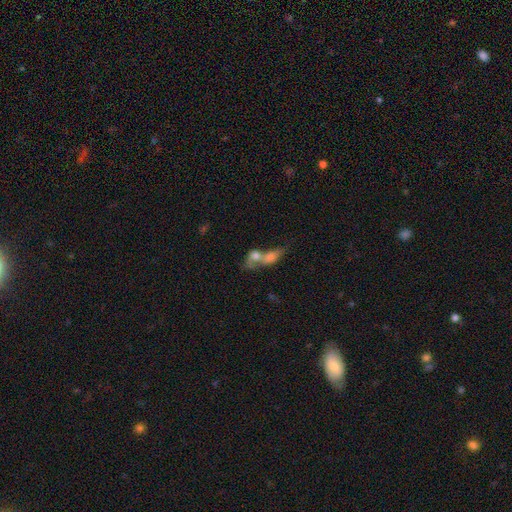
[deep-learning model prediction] Smooth or featured: smooth — 64% (featured or disk — 26%)
How rounded: in between — 65% (round — 26%)
Merging: merger — 78% (none — 10%)